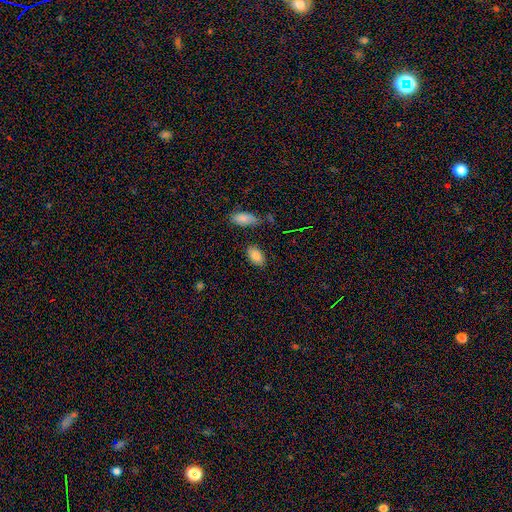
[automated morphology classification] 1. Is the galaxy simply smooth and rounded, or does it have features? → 85% smooth, 9% star or artifact, 6% featured or disk.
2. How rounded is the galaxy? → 92% in between, 6% round, 2% cigar-shaped.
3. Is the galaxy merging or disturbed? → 83% none, 11% minor disturbance, 3% merger, 3% major disturbance.